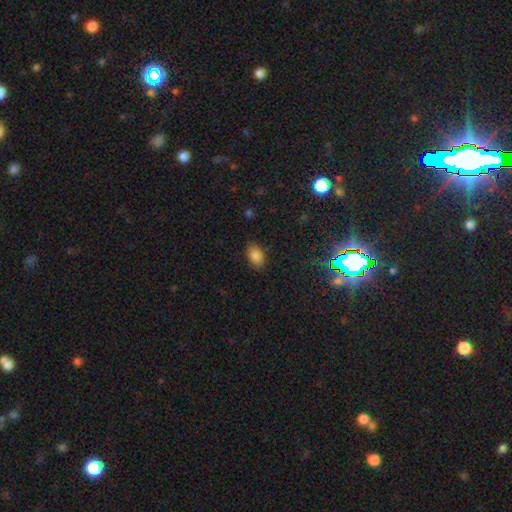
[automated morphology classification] Smooth or featured?
  - smooth: 85% *
  - star or artifact: 10%
  - featured or disk: 5%
How rounded?
  - in between: 88% *
  - round: 10%
  - cigar-shaped: 2%
Merging?
  - none: 84% *
  - minor disturbance: 12%
  - major disturbance: 3%
  - merger: 1%